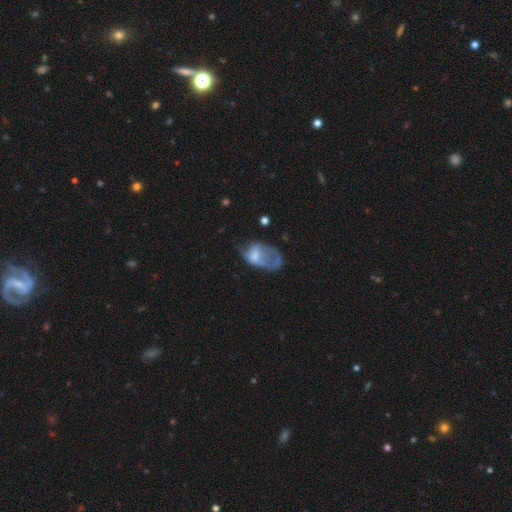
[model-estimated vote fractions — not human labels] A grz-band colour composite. It shows a smooth galaxy with no disk features (49%). Merging: major disturbance (50%).